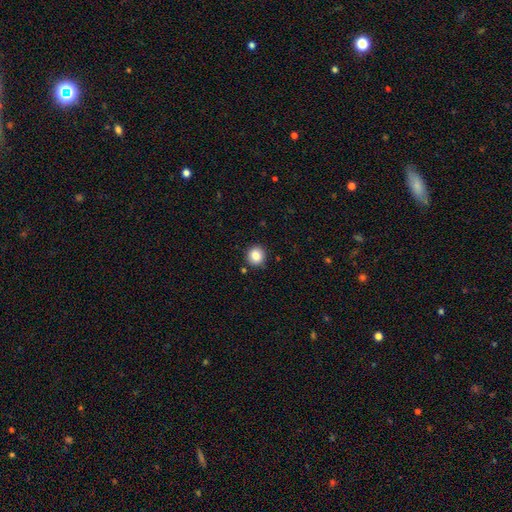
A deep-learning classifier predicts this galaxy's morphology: Q: Smooth or featured?
A: smooth (86%); runner-up: star or artifact (9%)
Q: How rounded?
A: round (88%); runner-up: in between (11%)
Q: Merging?
A: none (88%); runner-up: minor disturbance (8%)